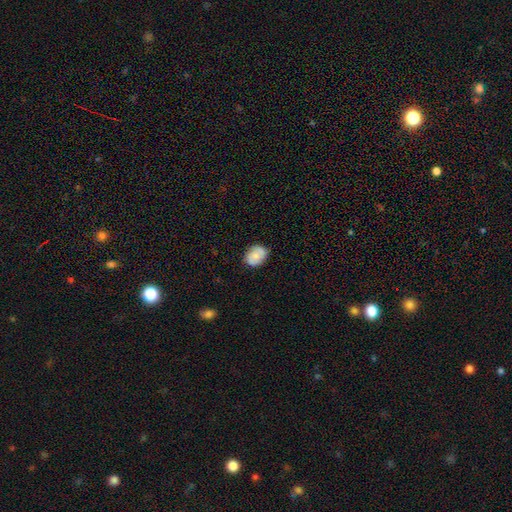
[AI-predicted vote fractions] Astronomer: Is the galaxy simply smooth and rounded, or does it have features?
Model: smooth — 58% (runner-up: featured or disk, 34%).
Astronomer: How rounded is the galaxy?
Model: in between — 64%.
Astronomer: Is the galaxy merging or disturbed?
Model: none — 76%.